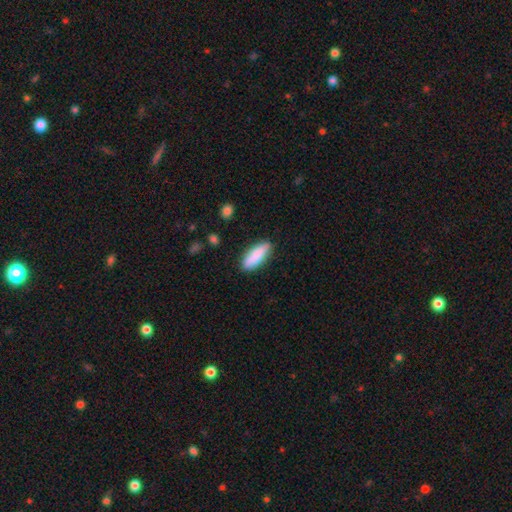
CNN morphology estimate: Overall: smooth (86%). How rounded: in between (59%; cigar-shaped 39%). Merging: none (85%).